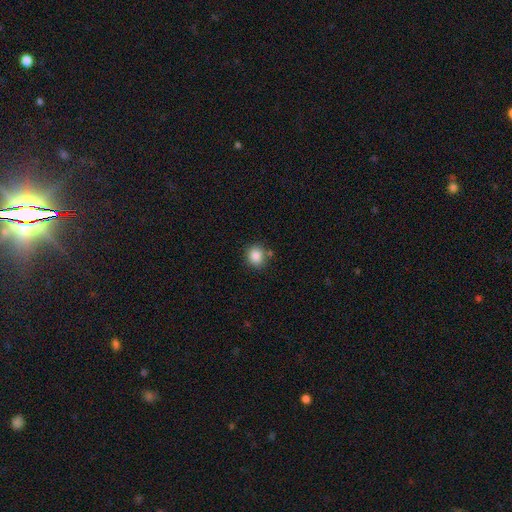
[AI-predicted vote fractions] This is clearly a smooth galaxy (86%). How rounded: clearly round (80%). Merging: likely none (79%).